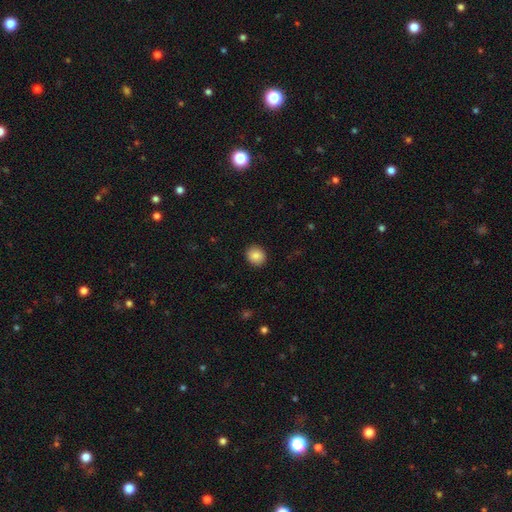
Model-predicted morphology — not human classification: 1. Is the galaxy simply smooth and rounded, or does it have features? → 88% smooth, 9% star or artifact, 4% featured or disk.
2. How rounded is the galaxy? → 77% round, 22% in between, 1% cigar-shaped.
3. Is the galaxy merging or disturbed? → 91% none, 6% minor disturbance, 2% major disturbance, 1% merger.